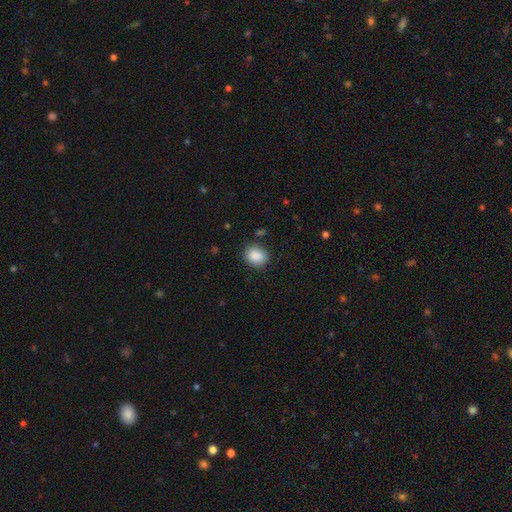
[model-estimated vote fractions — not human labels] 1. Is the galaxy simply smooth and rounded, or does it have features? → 88% smooth, 8% star or artifact, 4% featured or disk.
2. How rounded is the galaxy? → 54% round, 45% in between, 1% cigar-shaped.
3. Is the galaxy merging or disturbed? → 84% none, 11% minor disturbance, 3% major disturbance, 2% merger.